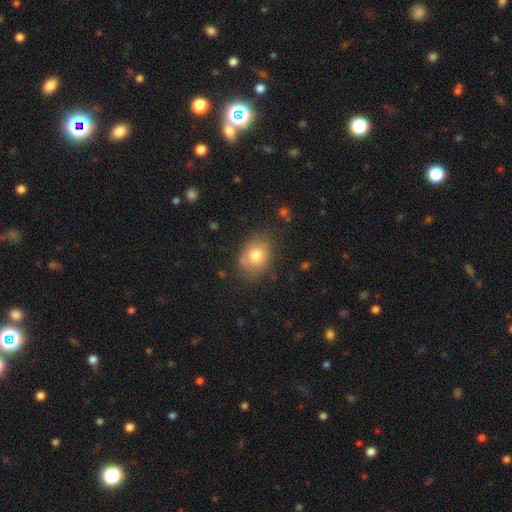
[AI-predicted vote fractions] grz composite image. It shows a smooth galaxy with no disk features (77%) that is in between round and cigar-shaped (58%). Merging: none (73%).